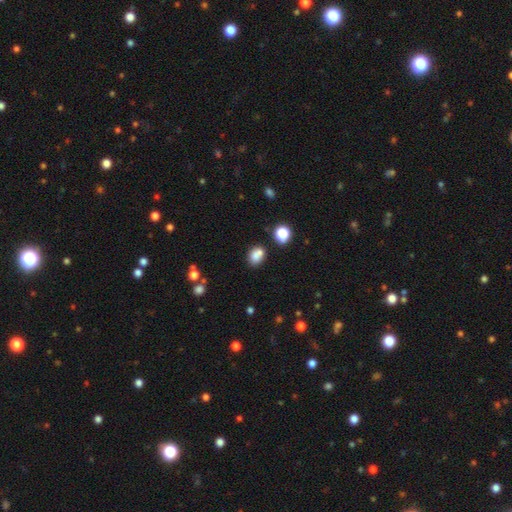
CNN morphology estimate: Overall: smooth (80%). How rounded: in between (63%; round 35%). Merging: none (60%).